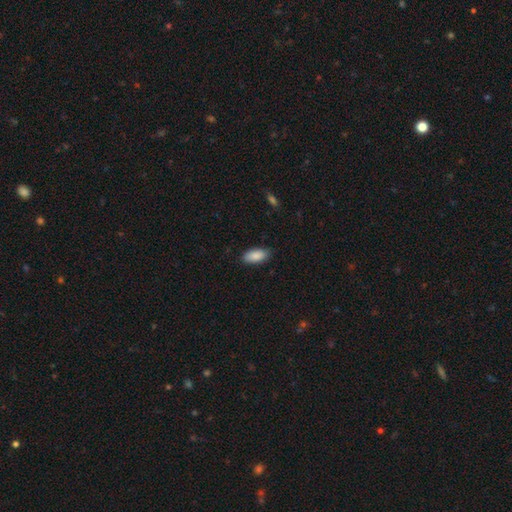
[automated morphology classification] smooth 89%, star or artifact 6%, featured or disk 5%. Down the decision tree: how rounded — in between (90%); merging — none (85%).